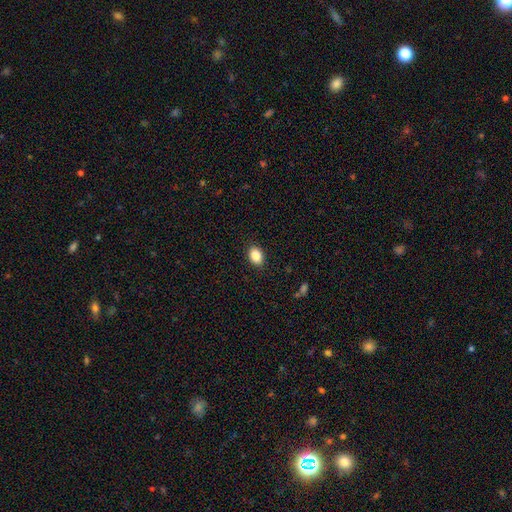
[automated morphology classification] Smooth or featured? Predicted: smooth (p=0.87). How rounded? Predicted: in between (p=0.78). Merging? Predicted: none (p=0.89).